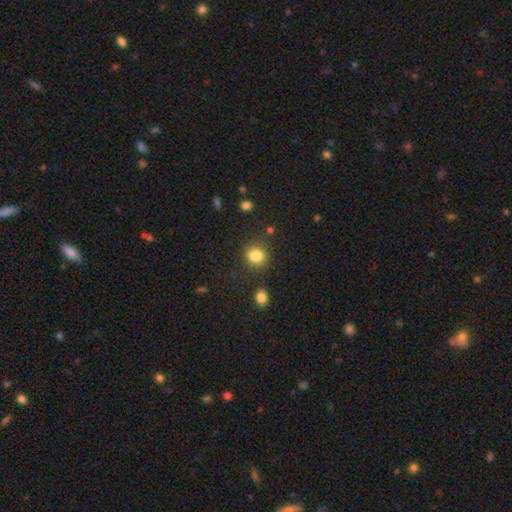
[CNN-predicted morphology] Q: Smooth or featured?
A: smooth (84%); runner-up: star or artifact (11%)
Q: How rounded?
A: round (62%); runner-up: in between (37%)
Q: Merging?
A: none (74%); runner-up: minor disturbance (14%)